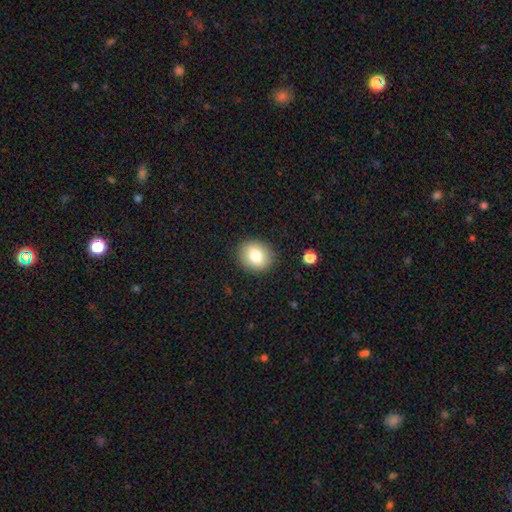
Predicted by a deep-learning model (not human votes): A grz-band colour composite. It shows a smooth galaxy with no disk features (79%) that is round (72%). Merging: none (89%).